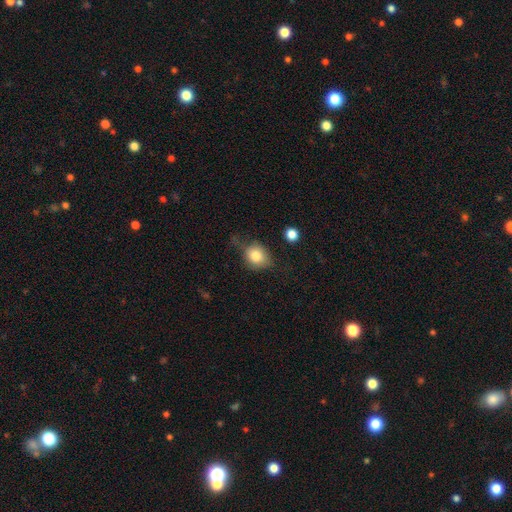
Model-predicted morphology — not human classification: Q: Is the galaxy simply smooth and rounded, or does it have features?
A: smooth — 78%.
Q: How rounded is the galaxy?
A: round — 63%.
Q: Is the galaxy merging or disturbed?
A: none — 50%.